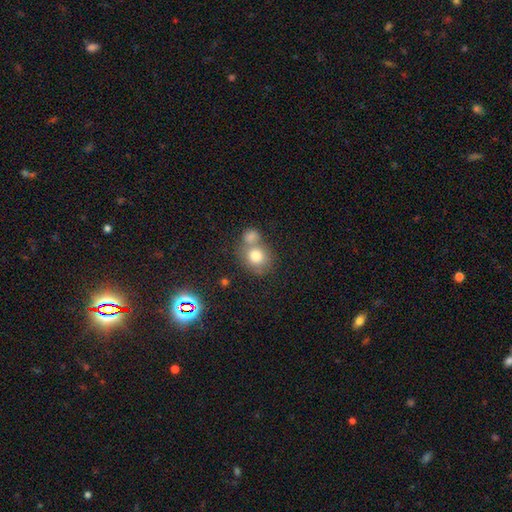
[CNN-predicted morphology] This is likely a smooth galaxy (78%). How rounded: likely round (76%). Merging: marginally none (44%).